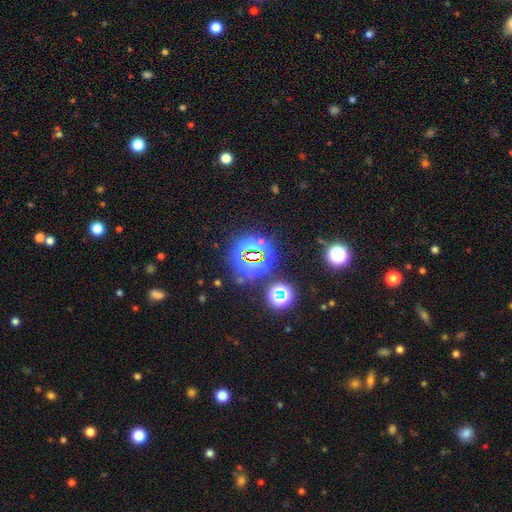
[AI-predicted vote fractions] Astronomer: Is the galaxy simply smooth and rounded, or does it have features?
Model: star or artifact — 75%.